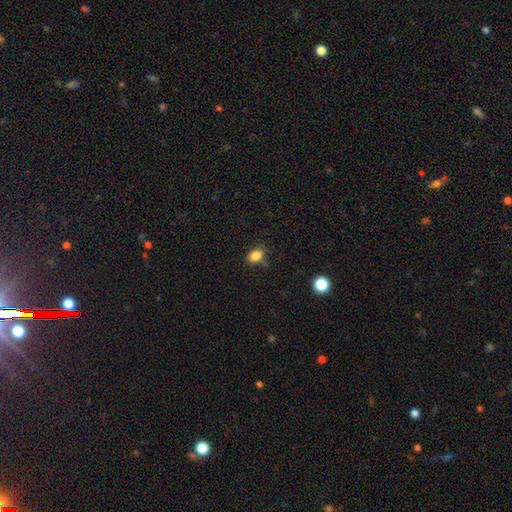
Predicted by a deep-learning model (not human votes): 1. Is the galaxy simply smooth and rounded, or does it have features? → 84% smooth, 11% star or artifact, 5% featured or disk.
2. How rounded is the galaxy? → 65% in between, 33% round, 1% cigar-shaped.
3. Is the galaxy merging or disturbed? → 72% none, 19% minor disturbance, 5% major disturbance, 4% merger.